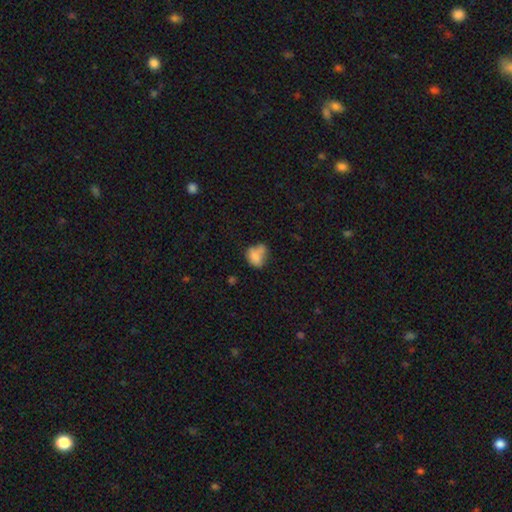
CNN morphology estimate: A smooth galaxy with no disk features (74%) that is in between round and cigar-shaped (62%).

Vote fractions:
- Smooth or featured? smooth: 74% / featured or disk: 15% / star or artifact: 11%
- How rounded? in between: 62% / round: 37% / cigar-shaped: 2%
- Merging? none: 35% / merger: 27% / minor disturbance: 26% / major disturbance: 12%